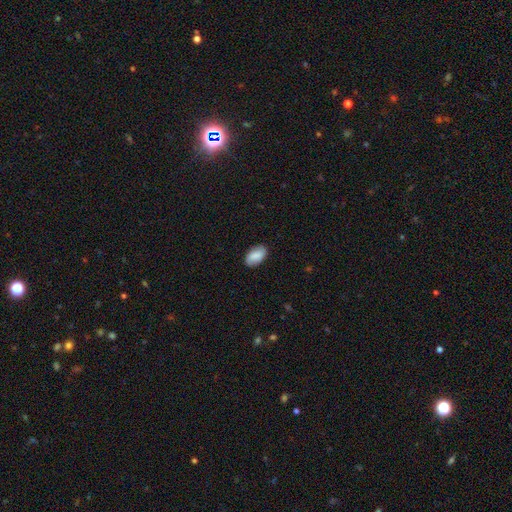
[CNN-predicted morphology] Q: Smooth or featured?
A: smooth (84%); runner-up: featured or disk (10%)
Q: How rounded?
A: in between (94%); runner-up: round (4%)
Q: Merging?
A: none (86%); runner-up: minor disturbance (11%)